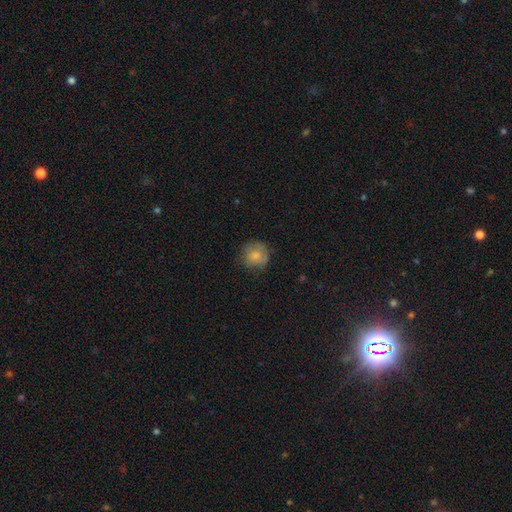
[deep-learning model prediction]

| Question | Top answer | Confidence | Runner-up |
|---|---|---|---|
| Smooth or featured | smooth | 77% | featured or disk (14%) |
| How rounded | round | 86% | in between (13%) |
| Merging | none | 69% | minor disturbance (22%) |